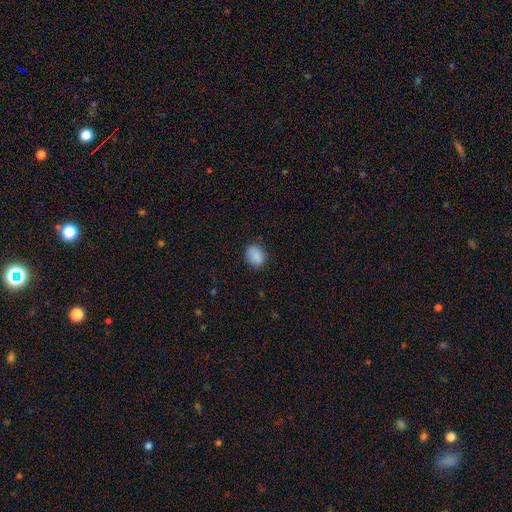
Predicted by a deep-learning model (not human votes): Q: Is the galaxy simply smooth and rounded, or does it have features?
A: smooth — 88%.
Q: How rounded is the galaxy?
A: in between — 59%.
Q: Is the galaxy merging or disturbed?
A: none — 83%.